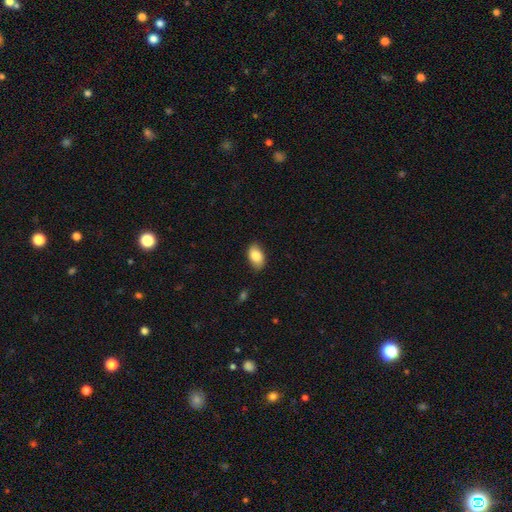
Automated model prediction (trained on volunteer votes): Morphology: type=smooth (86%); roundness=in between (90%); merging=none (83%).